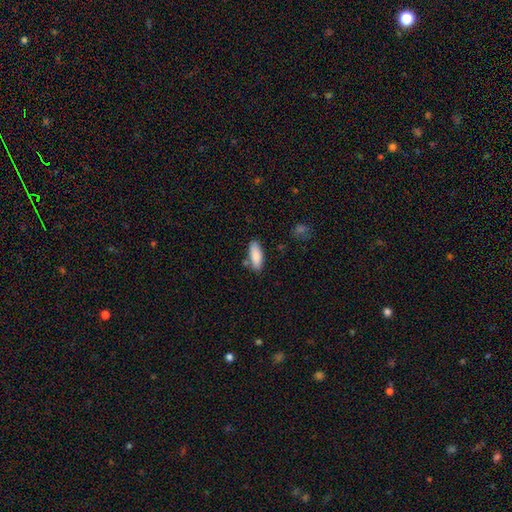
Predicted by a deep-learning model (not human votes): smooth 86%, featured or disk 8%, star or artifact 6%. Down the decision tree: how rounded — in between (69%); merging — none (77%).